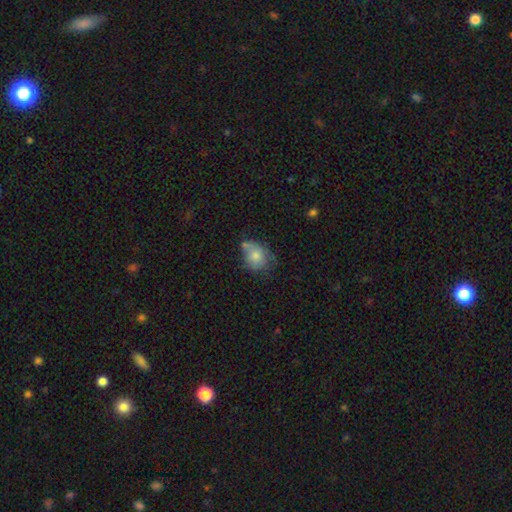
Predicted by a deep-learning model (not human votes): Smooth or featured: smooth — 71% (featured or disk — 21%)
How rounded: in between — 54% (round — 45%)
Merging: none — 37% (minor disturbance — 35%)